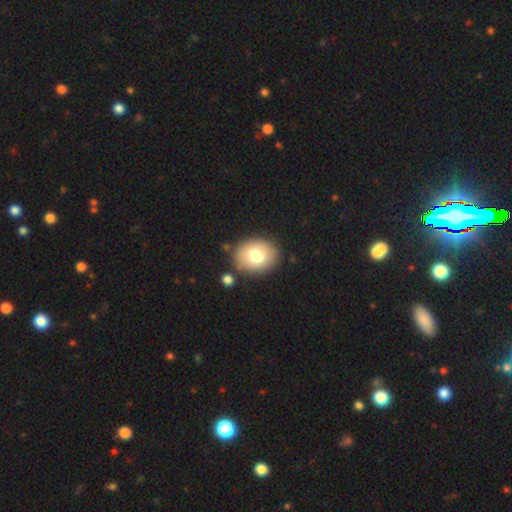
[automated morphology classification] smooth 75%, featured or disk 16%, star or artifact 9%. Down the decision tree: how rounded — in between (53%); merging — none (83%).